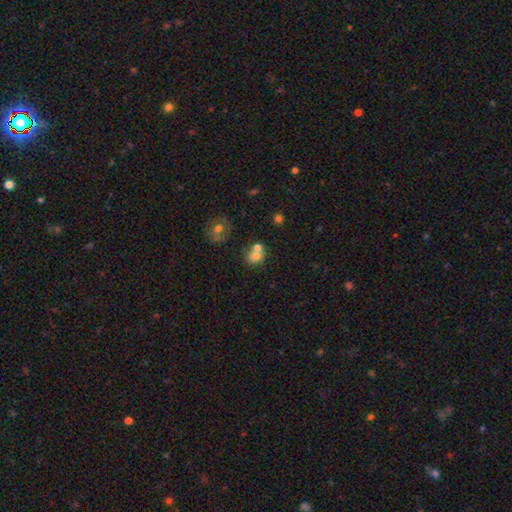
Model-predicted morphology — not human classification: This appears to be a smooth galaxy with no disk features (73%) that is round (66%). Merging: merger (47%).